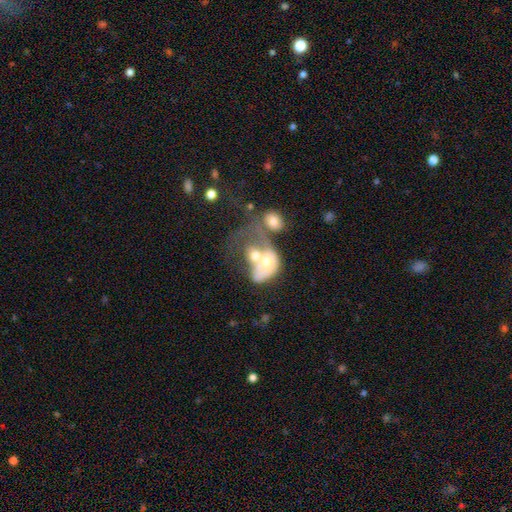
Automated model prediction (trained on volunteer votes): A featured or disk galaxy (47%).

Vote fractions:
- Smooth or featured? featured or disk: 47% / smooth: 43% / star or artifact: 9%
- Merging? merger: 71% / major disturbance: 17% / none: 7% / minor disturbance: 5%